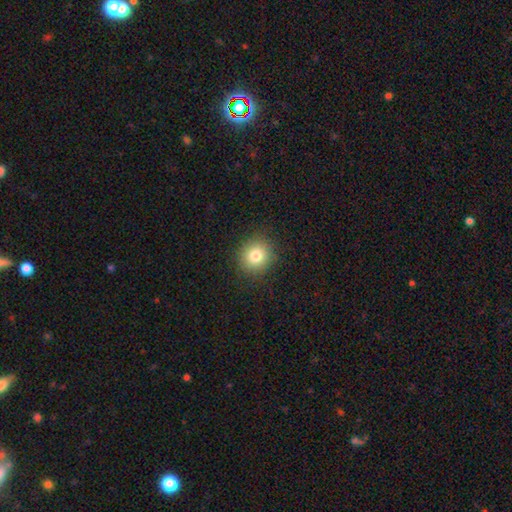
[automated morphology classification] The model was most divided on "smooth or featured": smooth: 81%, star or artifact: 11%, featured or disk: 8%. More confident: merging — none (89%); how rounded — round (85%).